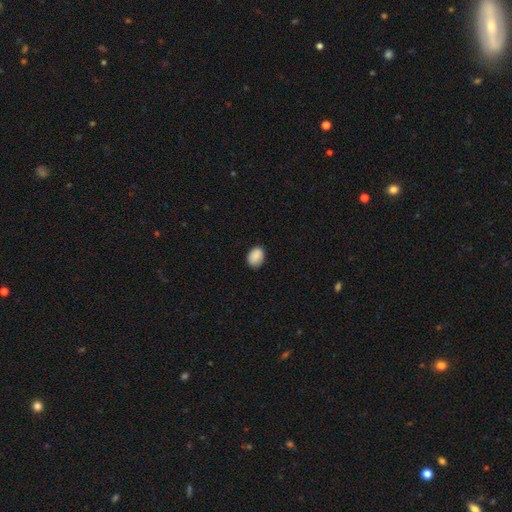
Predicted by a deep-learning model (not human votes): The model was most divided on "how rounded": in between: 69%, round: 30%, cigar-shaped: 1%. More confident: smooth or featured — smooth (88%); merging — none (78%).